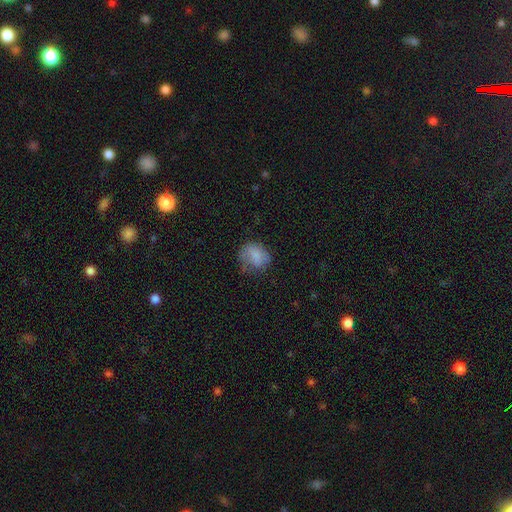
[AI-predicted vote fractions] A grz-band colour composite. It shows a smooth galaxy with no disk features (76%) that is round (58%). Merging: none (53%).